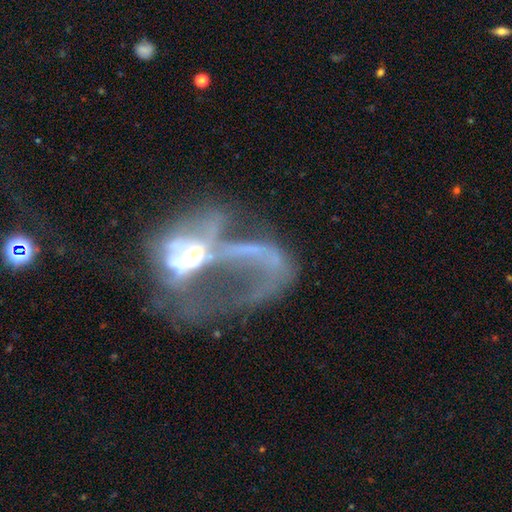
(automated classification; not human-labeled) Morphology: type=featured or disk (66%); edge-on=no (95%); bar=no (68%); spiral arms=no (61%); bulge=moderate (41%); merging=major disturbance (46%).